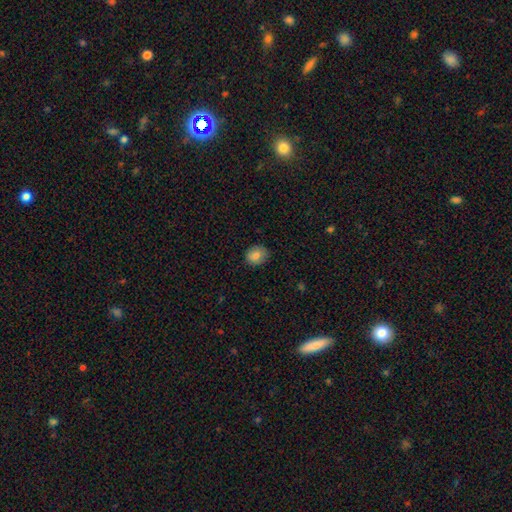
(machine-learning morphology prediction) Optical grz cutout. It shows a smooth galaxy with no disk features (81%) that is round (64%). Merging: none (85%).